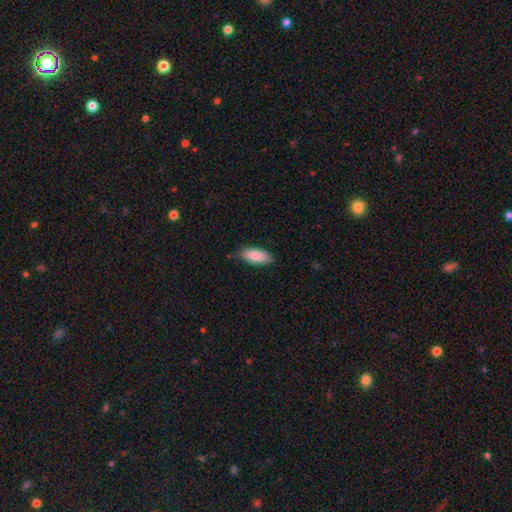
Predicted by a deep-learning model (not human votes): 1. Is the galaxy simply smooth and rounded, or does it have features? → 88% smooth, 6% featured or disk, 6% star or artifact.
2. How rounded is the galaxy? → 89% in between, 10% cigar-shaped, 2% round.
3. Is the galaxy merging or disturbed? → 78% none, 18% minor disturbance, 3% major disturbance, 1% merger.